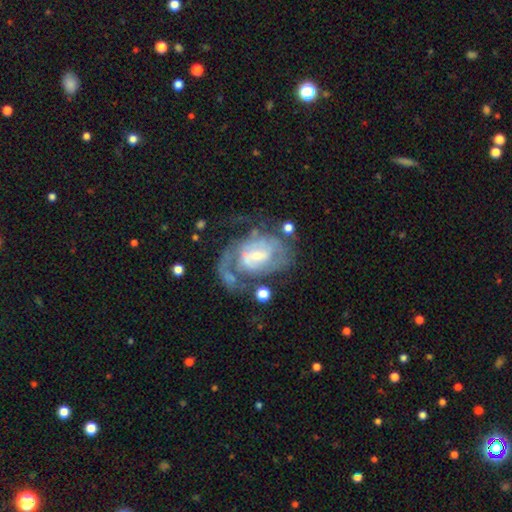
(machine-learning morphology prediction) Overall: featured or disk (82%). Edge-on disk: no (97%). Bar: weak (48%; no 40%). Spiral arms: yes (85%). Spiral arm count: 2 (36%, tied with can't tell). Spiral winding: tight (44%; medium 39%). Bulge size: small (57%; moderate 33%). Merging: none (39%; major disturbance 32%).